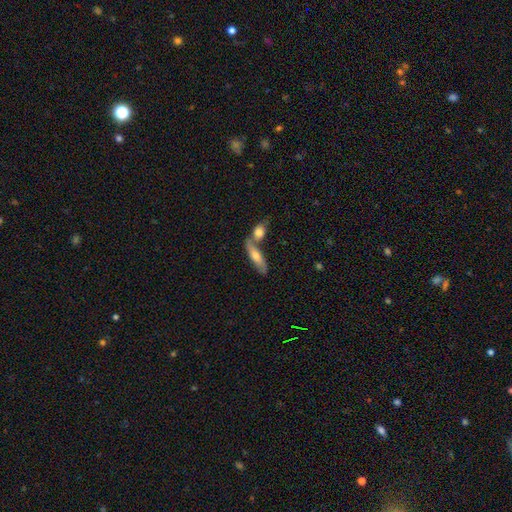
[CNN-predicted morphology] A smooth galaxy with no disk features (61%) that is cigar-shaped (49%). Merging: merger (46%).